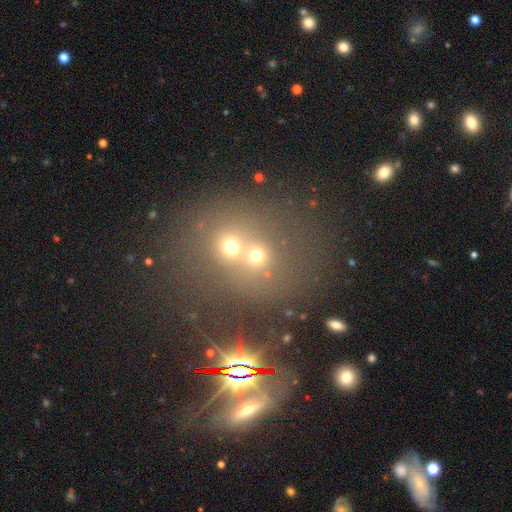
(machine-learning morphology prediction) This appears to be a smooth galaxy with no disk features (64%) that is round (80%). Merging: merger (55%).